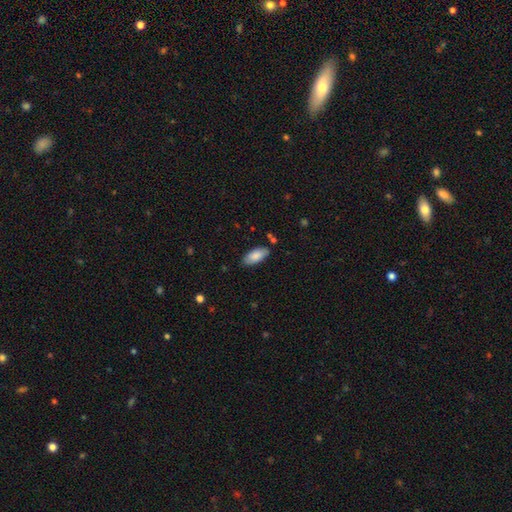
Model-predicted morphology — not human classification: A smooth galaxy with no disk features (84%) that is in between round and cigar-shaped (91%). Merging: none (81%).